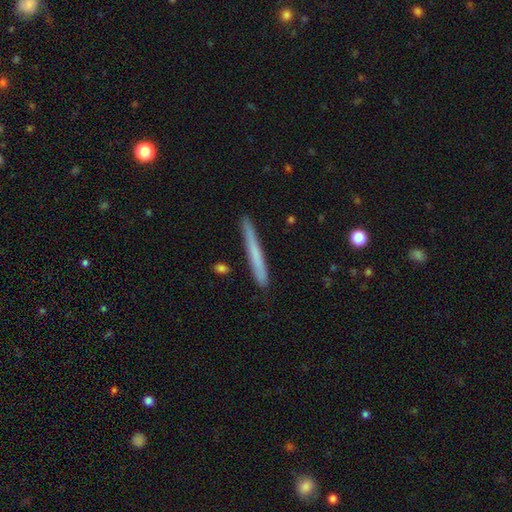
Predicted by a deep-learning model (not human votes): A smooth galaxy with no disk features (62%) that is cigar-shaped (97%). Merging: none (89%).